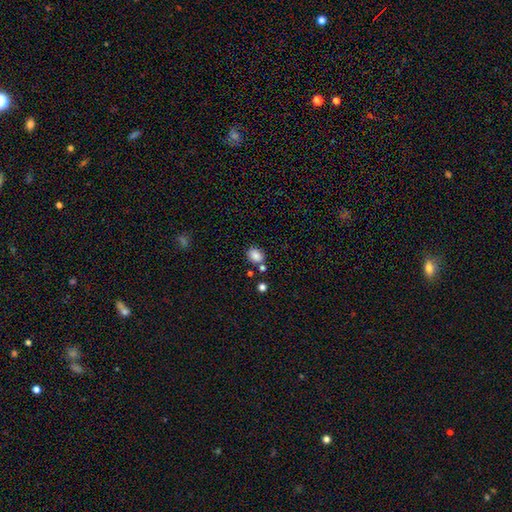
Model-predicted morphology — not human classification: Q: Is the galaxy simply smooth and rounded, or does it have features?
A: smooth — 84%.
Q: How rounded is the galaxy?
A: in between — 60%.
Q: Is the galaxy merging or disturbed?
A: none — 73%.